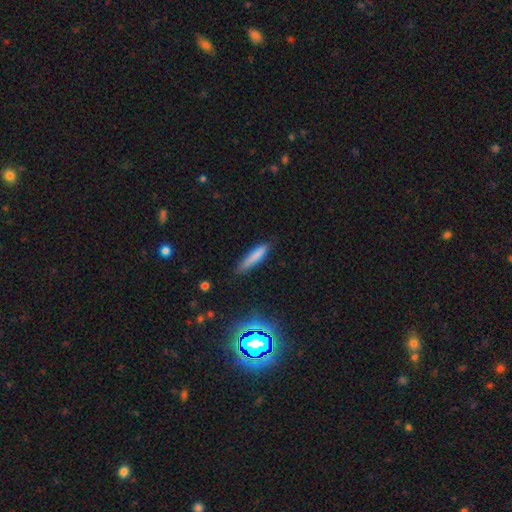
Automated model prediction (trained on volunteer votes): Overall: smooth (79%). How rounded: cigar-shaped (85%). Merging: none (79%).